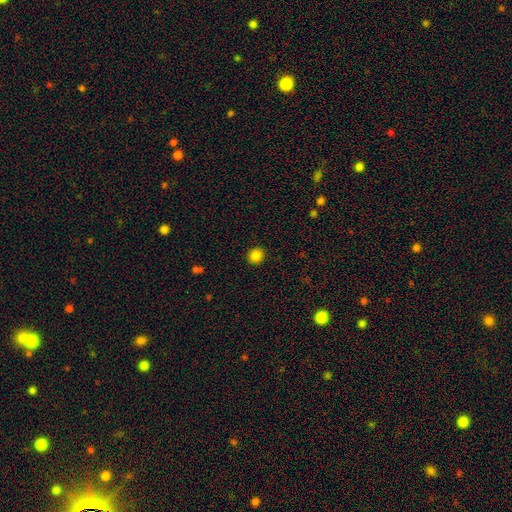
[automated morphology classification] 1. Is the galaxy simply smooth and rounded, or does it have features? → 85% smooth, 11% star or artifact, 3% featured or disk.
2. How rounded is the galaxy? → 86% round, 13% in between, 1% cigar-shaped.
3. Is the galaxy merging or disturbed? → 92% none, 5% minor disturbance, 2% major disturbance, 1% merger.